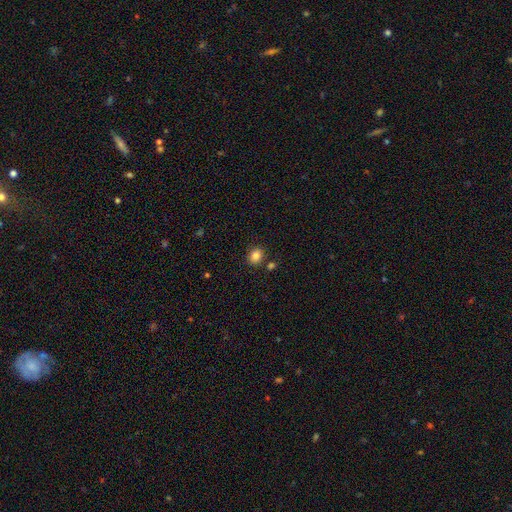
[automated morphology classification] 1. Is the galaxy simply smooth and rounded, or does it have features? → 84% smooth, 11% star or artifact, 5% featured or disk.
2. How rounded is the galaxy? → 64% round, 35% in between, 1% cigar-shaped.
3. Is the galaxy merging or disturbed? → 82% none, 9% minor disturbance, 6% merger, 3% major disturbance.